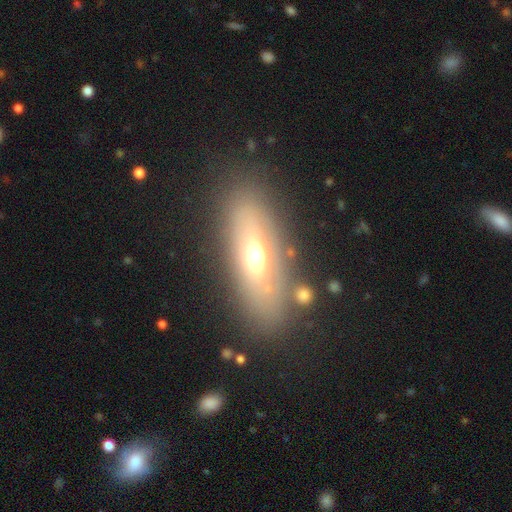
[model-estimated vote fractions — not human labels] Smooth or featured: smooth — 47% (featured or disk — 44%)
Merging: none — 80% (minor disturbance — 12%)